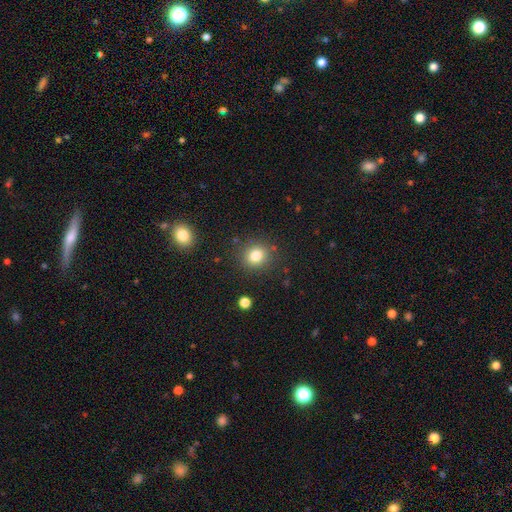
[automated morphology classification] Smooth or featured: smooth — 80% (star or artifact — 13%)
How rounded: round — 83% (in between — 16%)
Merging: none — 86% (minor disturbance — 8%)